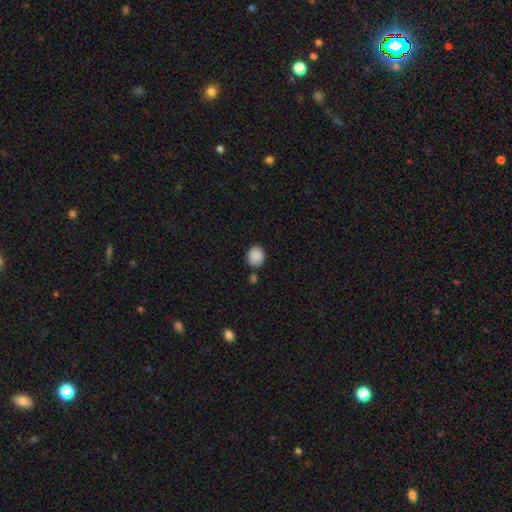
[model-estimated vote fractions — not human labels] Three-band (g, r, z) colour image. It shows a smooth galaxy with no disk features (89%) that is round (77%). Merging: none (79%).